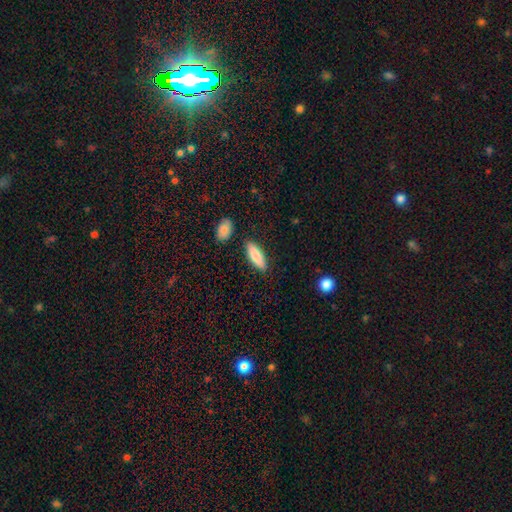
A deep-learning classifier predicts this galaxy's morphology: Smooth or featured? smooth (83%)
How rounded? in between (54%)
Merging? none (85%)